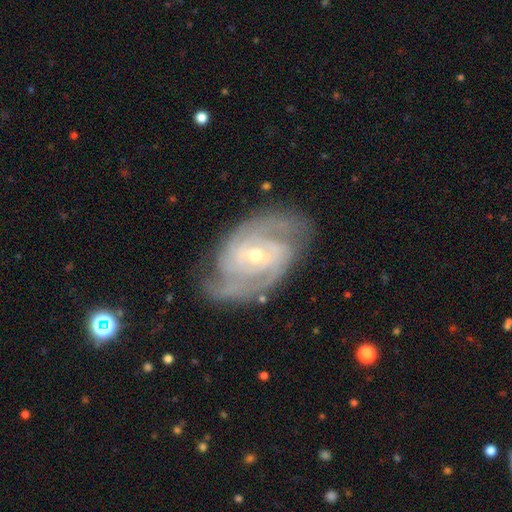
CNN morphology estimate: Smooth or featured: featured or disk — 90% (smooth — 5%)
Edge-on disk: no — 97% (yes — 3%)
Bar: weak — 43% (no — 40%)
Spiral arms: yes — 97% (no — 3%)
Spiral winding: tight — 59% (medium — 34%)
Spiral arm count: 2 — 51% (3 — 20%)
Bulge size: small — 57% (moderate — 40%)
Merging: none — 73% (minor disturbance — 18%)